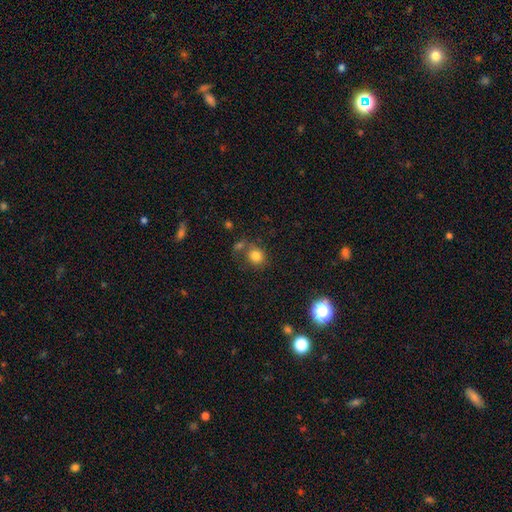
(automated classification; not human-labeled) This is clearly a smooth galaxy (81%). How rounded: clearly round (81%). Merging: likely none (64%).